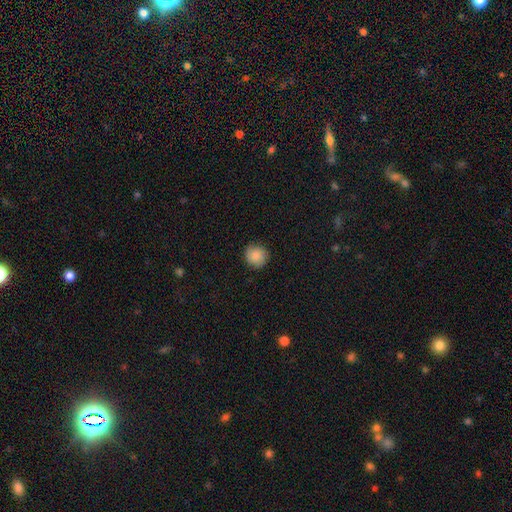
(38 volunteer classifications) Smooth or featured? 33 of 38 (87%) said smooth. How rounded? 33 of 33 (100%) said round. Merging? 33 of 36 (92%) said none.